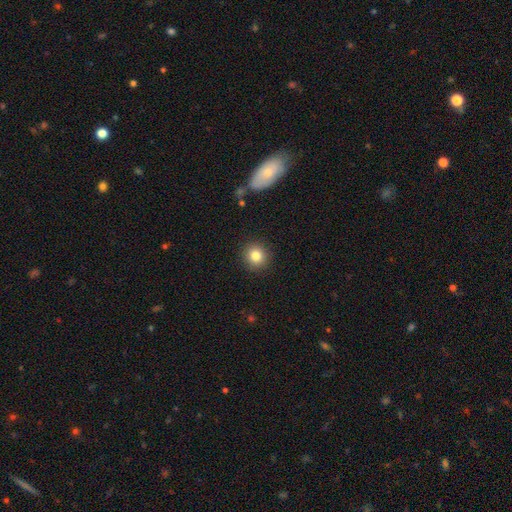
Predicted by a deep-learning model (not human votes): smooth-or-featured: smooth: 83% | star or artifact: 10% | featured or disk: 7%
  how-rounded: round: 92% | in between: 7% | cigar-shaped: 1%
  merging: none: 91% | minor disturbance: 6% | major disturbance: 2% | merger: 1%